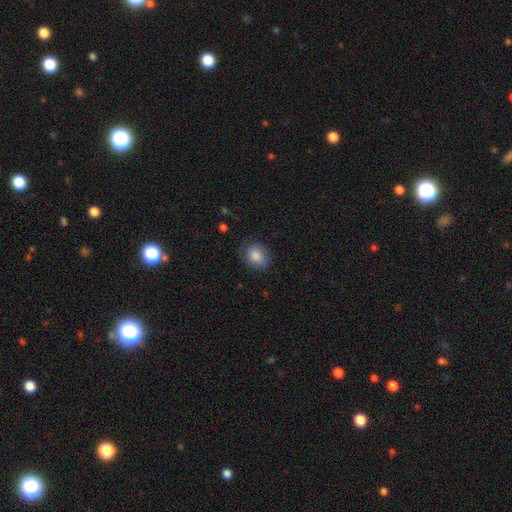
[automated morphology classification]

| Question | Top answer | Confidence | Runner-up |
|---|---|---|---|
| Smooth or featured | smooth | 85% | star or artifact (8%) |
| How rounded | round | 57% | in between (42%) |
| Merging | none | 77% | minor disturbance (17%) |